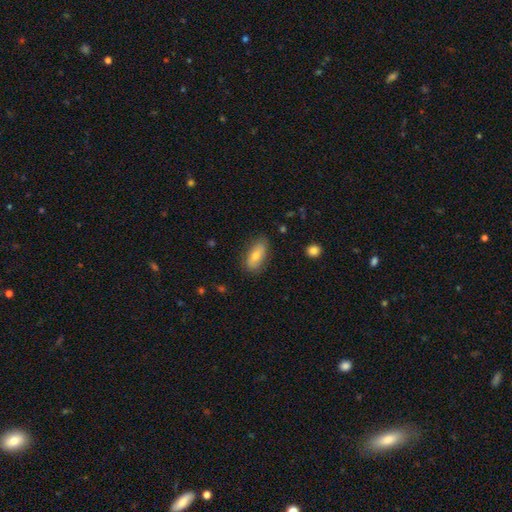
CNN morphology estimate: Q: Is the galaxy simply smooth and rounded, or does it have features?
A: smooth — 75%.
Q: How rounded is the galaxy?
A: in between — 83%.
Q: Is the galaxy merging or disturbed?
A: none — 79%.